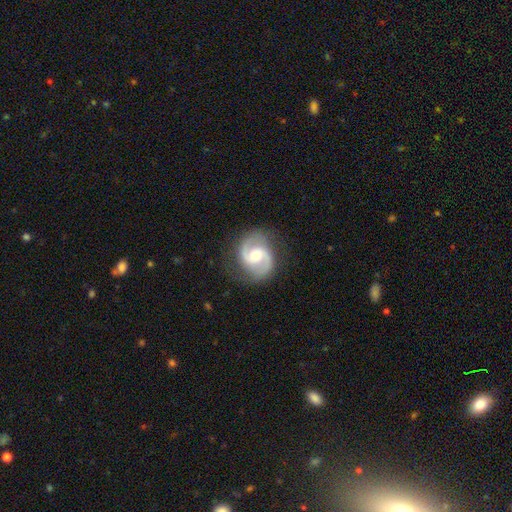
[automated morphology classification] smooth_or_featured: featured or disk (p=0.90) [alt: smooth p=0.06]
disk_edge_on: no (p=0.98) [alt: yes p=0.02]
bar: weak (p=0.45) [alt: no p=0.44]
has_spiral_arms: yes (p=0.98) [alt: no p=0.02]
spiral_winding: medium (p=0.60) [alt: loose p=0.20]
spiral_arm_count: 2 (p=0.94) [alt: can't tell p=0.02]
bulge_size: moderate (p=0.66) [alt: small p=0.29]
merging: none (p=0.83) [alt: minor disturbance p=0.12]